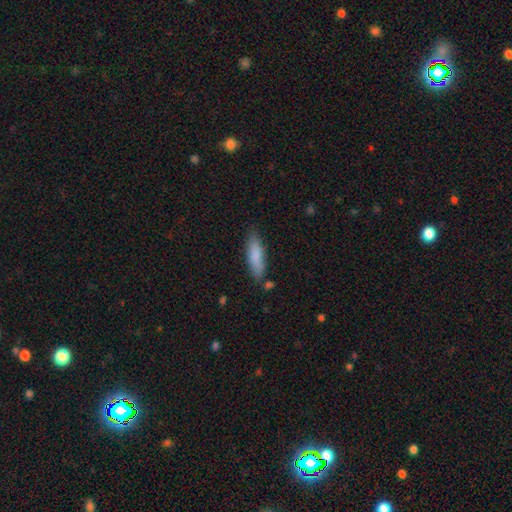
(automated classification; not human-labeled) A smooth galaxy with no disk features (83%) that is cigar-shaped (62%). Merging: none (78%).